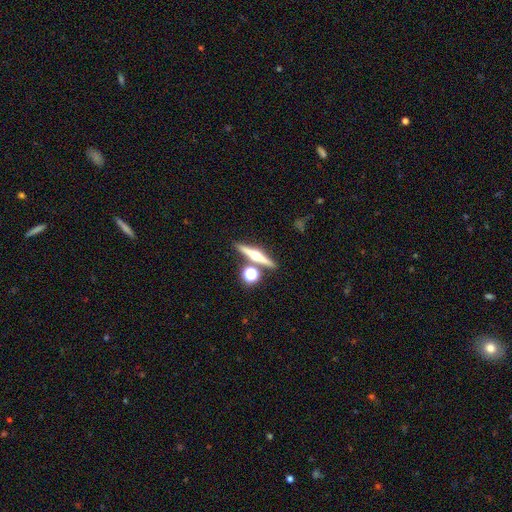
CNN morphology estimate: A featured or disk galaxy (67%) viewed edge-on (96%) with a rounded central bulge (94%). Merging: none (80%).